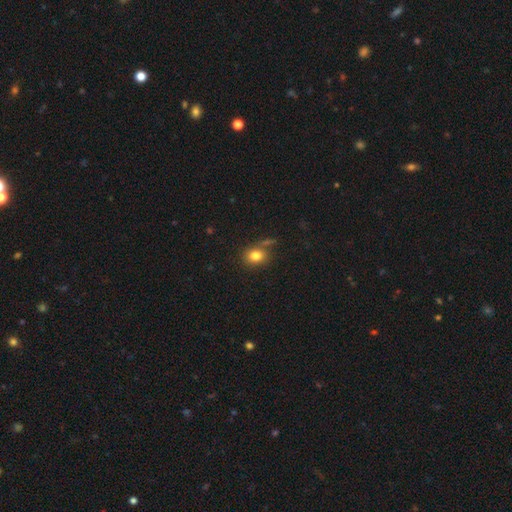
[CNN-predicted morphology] Q: Smooth or featured?
A: smooth (81%); runner-up: star or artifact (11%)
Q: How rounded?
A: round (54%); runner-up: in between (45%)
Q: Merging?
A: none (67%); runner-up: minor disturbance (16%)